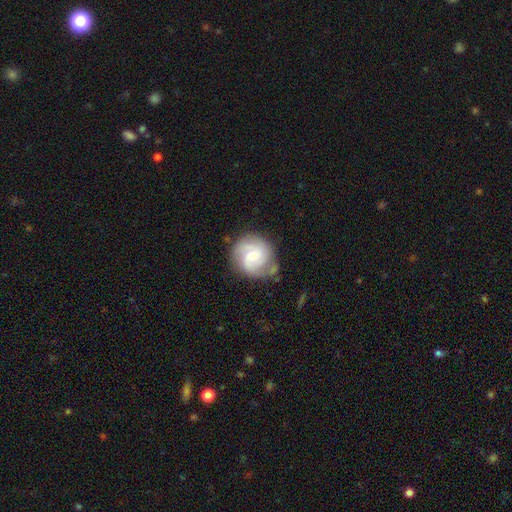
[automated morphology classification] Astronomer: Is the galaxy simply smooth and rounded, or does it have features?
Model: featured or disk — 69%.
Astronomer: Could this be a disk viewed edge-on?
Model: no — 98%.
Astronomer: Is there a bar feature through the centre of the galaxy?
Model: no — 52% (runner-up: weak, 41%).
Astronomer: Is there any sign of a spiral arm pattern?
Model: yes — 94%.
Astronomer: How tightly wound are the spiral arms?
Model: medium — 44% (runner-up: tight, 41%).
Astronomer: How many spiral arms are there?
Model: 2 — 53%.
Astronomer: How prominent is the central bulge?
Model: small — 49% (runner-up: moderate, 43%).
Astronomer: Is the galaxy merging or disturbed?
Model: none — 69%.